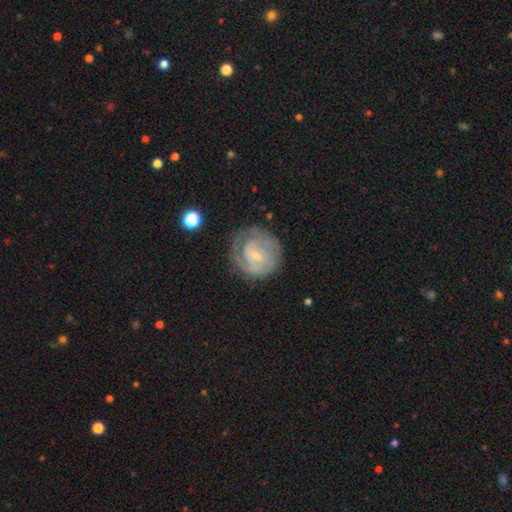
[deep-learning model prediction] Morphology: type=featured or disk (77%); edge-on=no (98%); bar=no (49%); spiral arms=yes (90%); winding=tight (66%); arm count=2 (39%); bulge=small (75%); merging=none (71%).